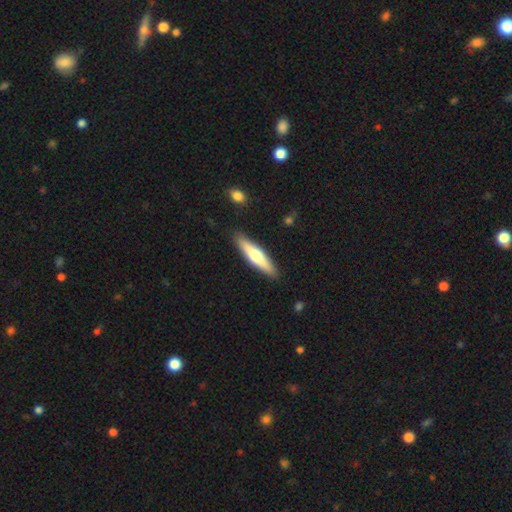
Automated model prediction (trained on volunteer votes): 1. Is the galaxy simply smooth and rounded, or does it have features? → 52% smooth, 43% featured or disk, 5% star or artifact.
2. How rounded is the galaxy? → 80% cigar-shaped, 19% in between, 1% round.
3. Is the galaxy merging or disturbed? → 89% none, 8% minor disturbance, 2% major disturbance, 1% merger.